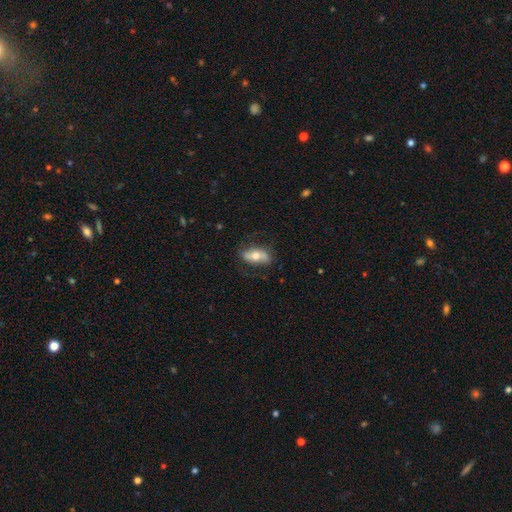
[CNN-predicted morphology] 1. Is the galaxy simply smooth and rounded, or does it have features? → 47% smooth, 46% featured or disk, 7% star or artifact.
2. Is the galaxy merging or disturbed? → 76% none, 18% minor disturbance, 5% major disturbance, 1% merger.